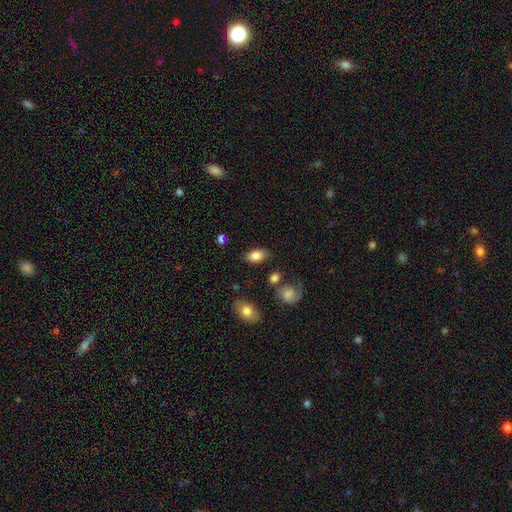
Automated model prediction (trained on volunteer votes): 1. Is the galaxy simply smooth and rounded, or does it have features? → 81% smooth, 11% featured or disk, 8% star or artifact.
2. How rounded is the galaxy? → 91% in between, 7% round, 3% cigar-shaped.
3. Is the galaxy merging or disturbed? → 81% none, 12% minor disturbance, 4% major disturbance, 3% merger.